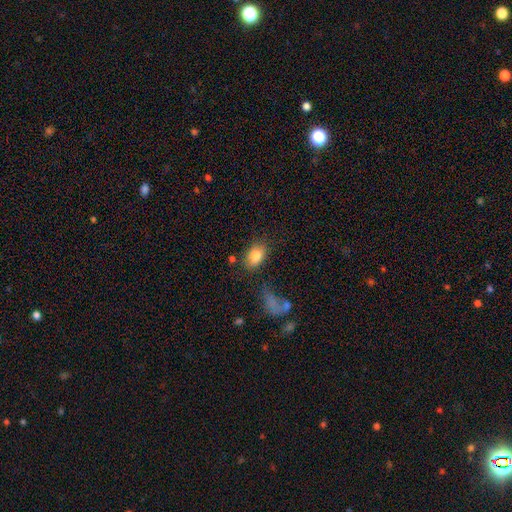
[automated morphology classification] A smooth galaxy with no disk features (81%) that is in between round and cigar-shaped (85%). Merging: none (75%).